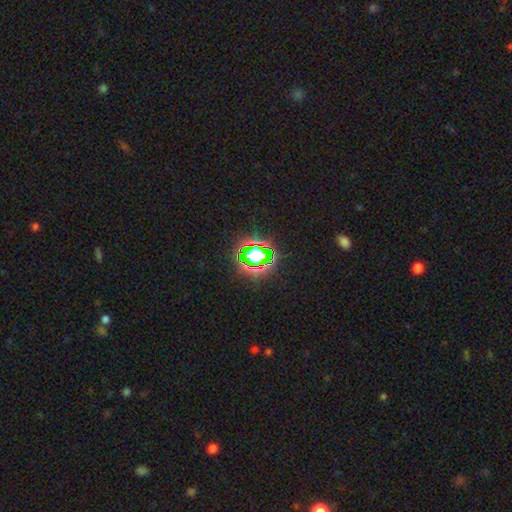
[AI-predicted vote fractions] Q: Smooth or featured?
A: star or artifact (66%); runner-up: smooth (20%)